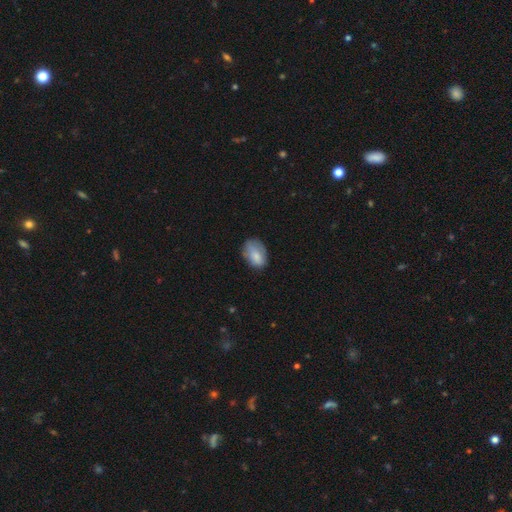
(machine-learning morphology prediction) A smooth galaxy with no disk features (78%) that is in between round and cigar-shaped (87%).

Vote fractions:
- Smooth or featured? smooth: 78% / featured or disk: 14% / star or artifact: 7%
- How rounded? in between: 87% / round: 12% / cigar-shaped: 1%
- Merging? none: 63% / minor disturbance: 28% / major disturbance: 8% / merger: 1%